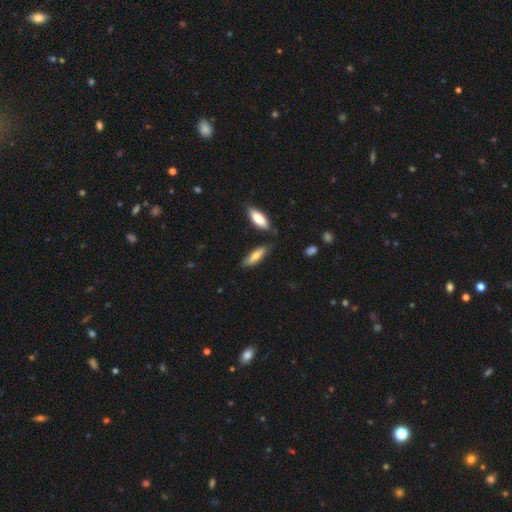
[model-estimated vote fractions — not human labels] Overall: smooth (64%; featured or disk 29%). How rounded: cigar-shaped (61%; in between 37%). Merging: none (75%).